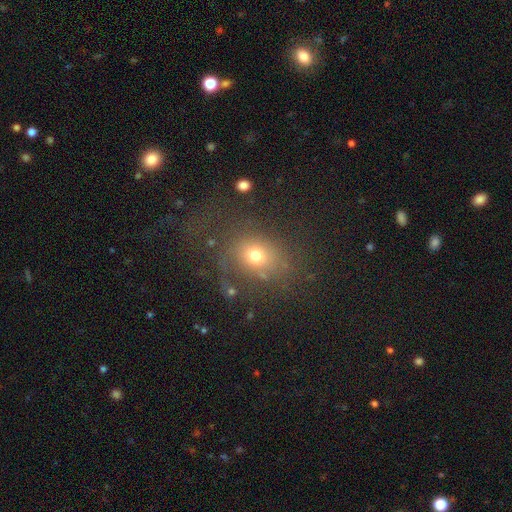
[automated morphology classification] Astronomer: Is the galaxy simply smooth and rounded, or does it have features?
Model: smooth — 67%.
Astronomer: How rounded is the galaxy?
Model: round — 59% (runner-up: in between, 40%).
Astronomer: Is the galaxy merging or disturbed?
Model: none — 60%.